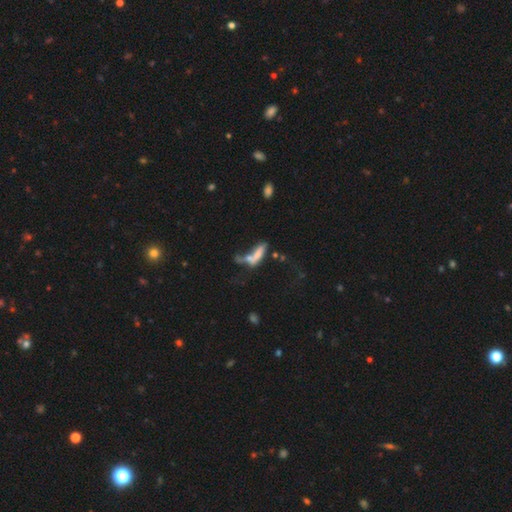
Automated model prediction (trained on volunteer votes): Smooth or featured? Predicted: smooth (p=0.52). How rounded? Predicted: cigar-shaped (p=0.53). Merging? Predicted: merger (p=0.45).